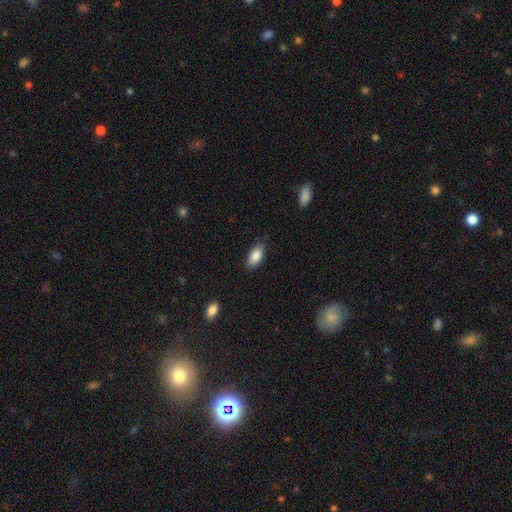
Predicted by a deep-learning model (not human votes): Smooth or featured: smooth — 87% (star or artifact — 7%)
How rounded: in between — 91% (cigar-shaped — 7%)
Merging: none — 81% (minor disturbance — 15%)